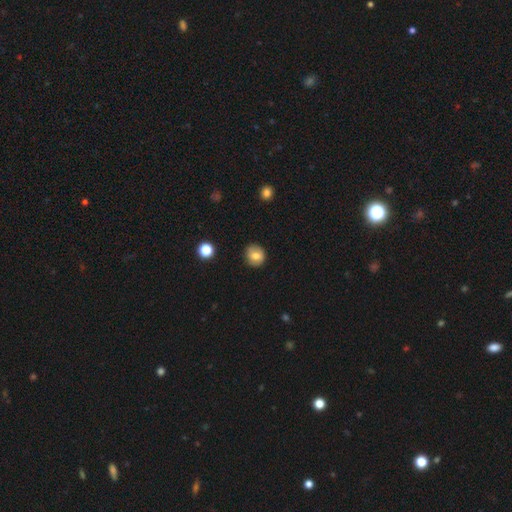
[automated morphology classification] smooth 76%, featured or disk 15%, star or artifact 9%. Down the decision tree: how rounded — round (81%); merging — none (85%).